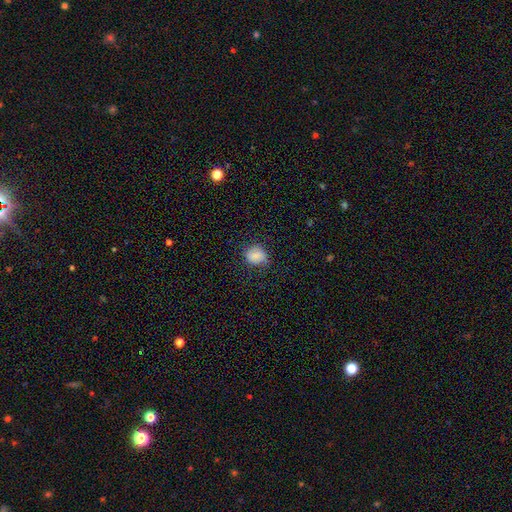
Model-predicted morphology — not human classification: Smooth or featured? Predicted: smooth (p=0.80). How rounded? Predicted: round (p=0.65). Merging? Predicted: none (p=0.75).